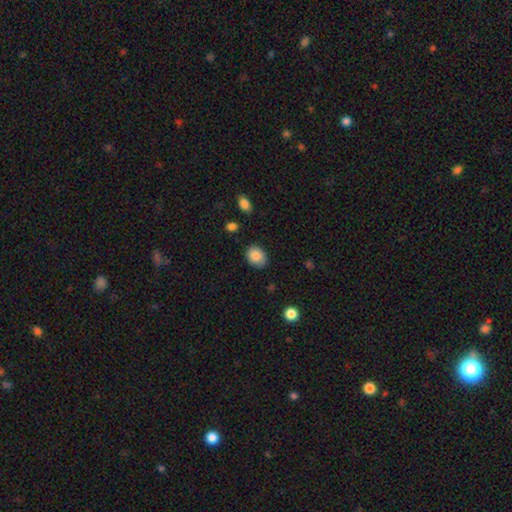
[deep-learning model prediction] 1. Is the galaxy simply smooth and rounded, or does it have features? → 86% smooth, 8% star or artifact, 6% featured or disk.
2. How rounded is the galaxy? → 60% in between, 39% round, 1% cigar-shaped.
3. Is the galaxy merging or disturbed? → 82% none, 13% minor disturbance, 3% major disturbance, 1% merger.